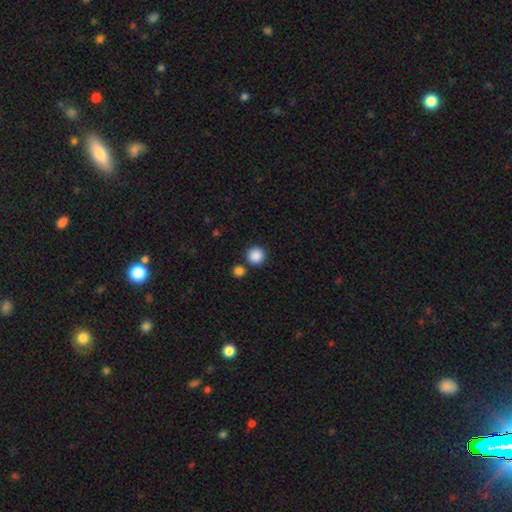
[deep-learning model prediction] This is clearly a smooth galaxy (88%). How rounded: clearly round (93%). Merging: likely none (79%).